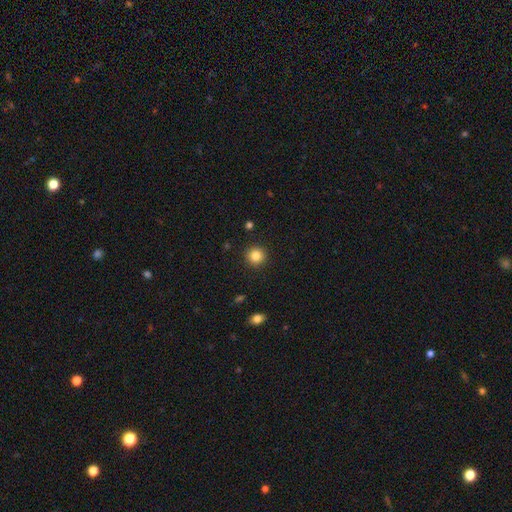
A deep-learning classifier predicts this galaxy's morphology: The model was most divided on "smooth or featured": smooth: 84%, star or artifact: 11%, featured or disk: 5%. More confident: how rounded — round (94%); merging — none (92%).